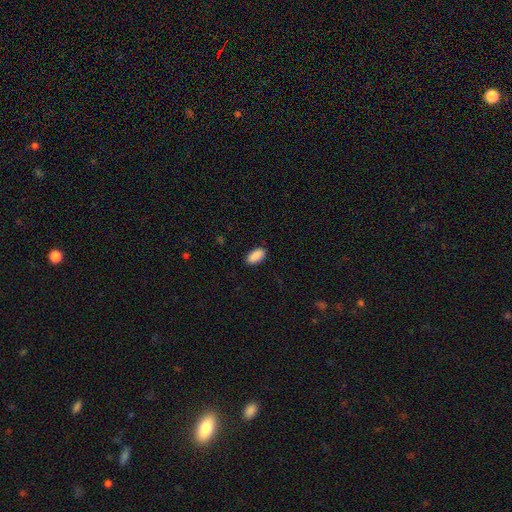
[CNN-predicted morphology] Smooth or featured?
  - smooth: 91% *
  - star or artifact: 7%
  - featured or disk: 3%
How rounded?
  - in between: 94% *
  - cigar-shaped: 3%
  - round: 3%
Merging?
  - none: 88% *
  - minor disturbance: 9%
  - major disturbance: 2%
  - merger: 1%